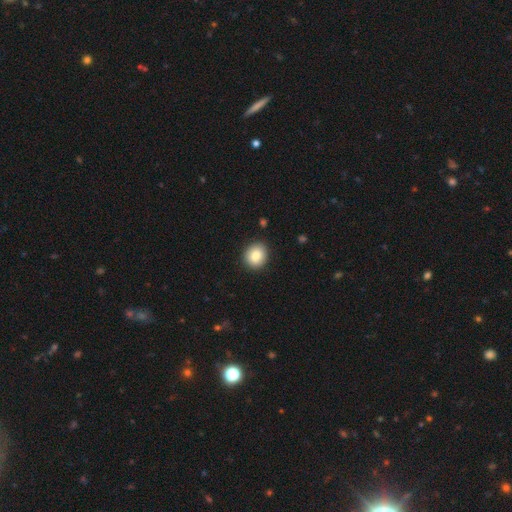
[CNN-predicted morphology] This appears to be a smooth galaxy with no disk features (85%) that is round (75%). Merging: none (89%).